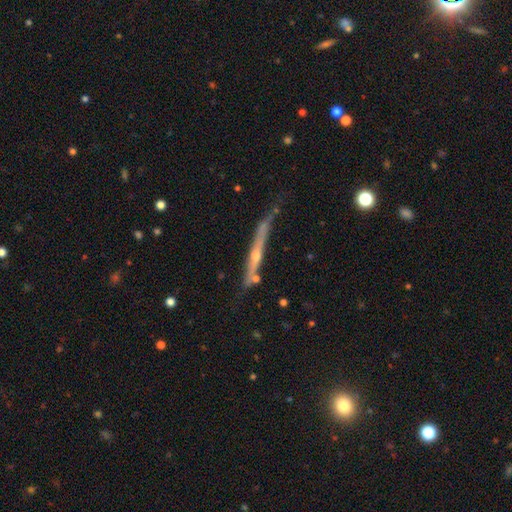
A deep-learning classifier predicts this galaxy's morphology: This is likely a featured or disk galaxy (69%). It is clearly viewed edge-on (89%). Edge-on bulge: likely rounded (65%). Merging: possibly none (54%).